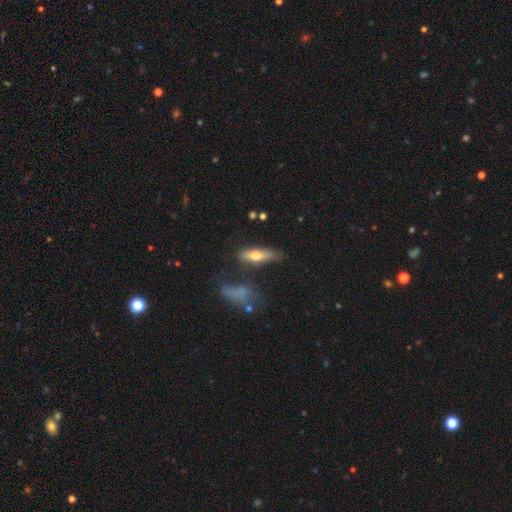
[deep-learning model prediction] A smooth galaxy with no disk features (61%) that is cigar-shaped (51%). Merging: none (59%).